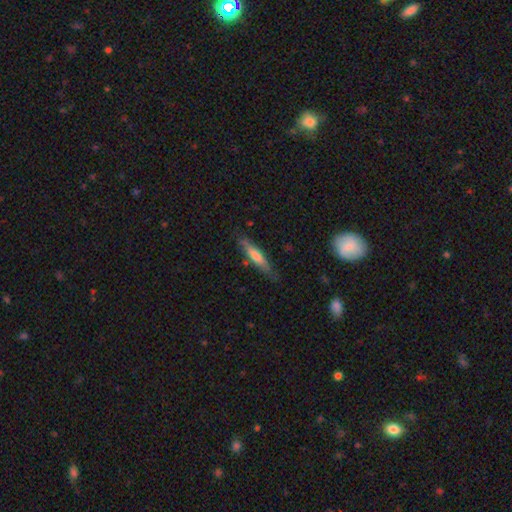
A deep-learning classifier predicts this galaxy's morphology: Overall: smooth (57%; featured or disk 36%). How rounded: cigar-shaped (81%). Merging: none (75%).